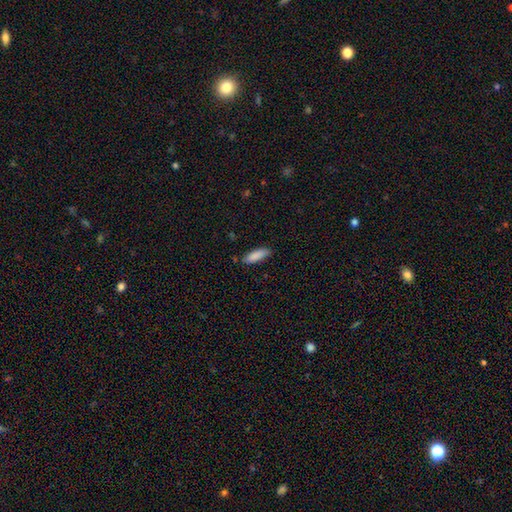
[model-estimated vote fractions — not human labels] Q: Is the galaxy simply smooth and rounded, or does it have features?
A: smooth — 88%.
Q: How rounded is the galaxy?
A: in between — 51%.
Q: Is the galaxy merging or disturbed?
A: none — 81%.